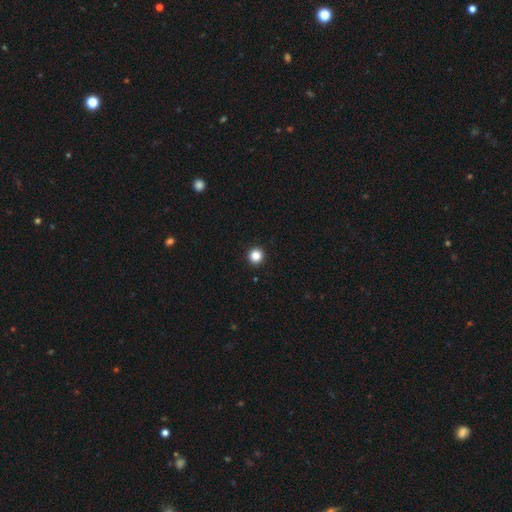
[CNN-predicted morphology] Overall: smooth (84%). How rounded: round (96%). Merging: none (94%).